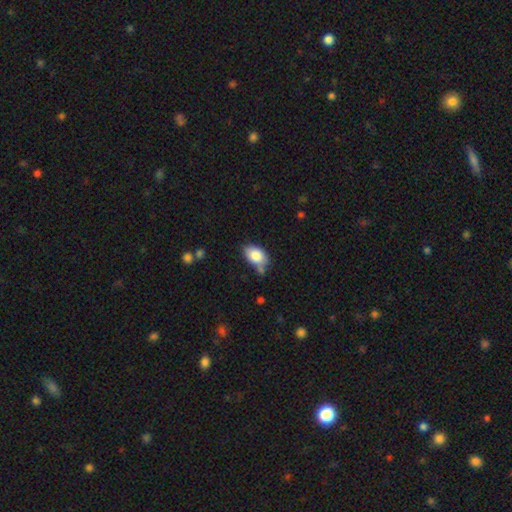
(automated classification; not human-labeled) This is clearly a smooth galaxy (84%). How rounded: clearly in between (88%). Merging: possibly none (59%).